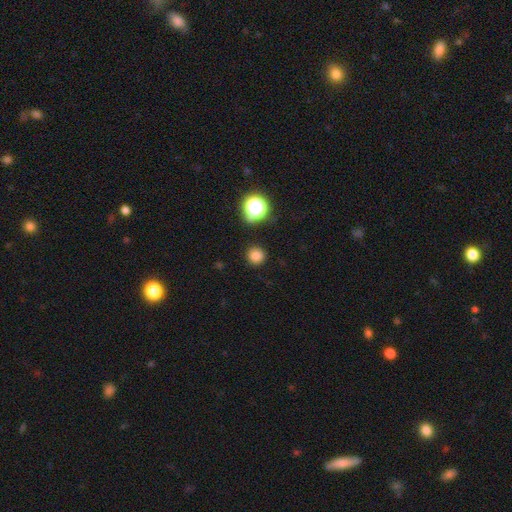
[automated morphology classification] A smooth galaxy with no disk features (79%) that is round (94%). Merging: none (90%).